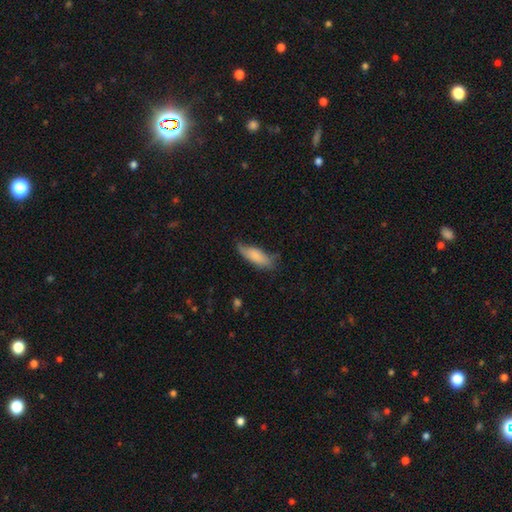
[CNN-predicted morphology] Smooth or featured?
  - smooth: 79% *
  - featured or disk: 15%
  - star or artifact: 6%
How rounded?
  - in between: 62% *
  - cigar-shaped: 36%
  - round: 2%
Merging?
  - none: 57% *
  - minor disturbance: 33%
  - major disturbance: 9%
  - merger: 2%